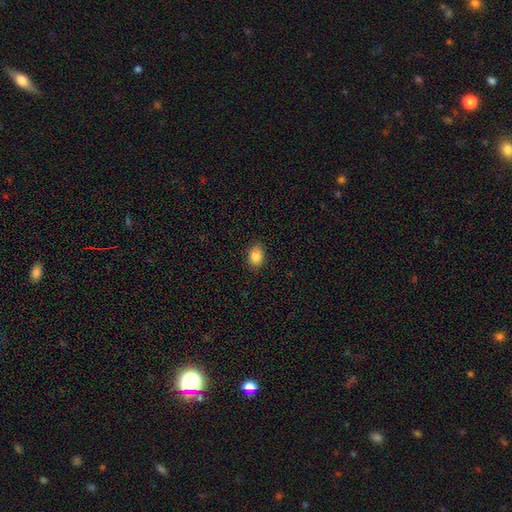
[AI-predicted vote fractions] smooth_or_featured: smooth (p=0.84) [alt: star or artifact p=0.11]
how_rounded: in between (p=0.68) [alt: round p=0.30]
merging: none (p=0.81) [alt: minor disturbance p=0.13]